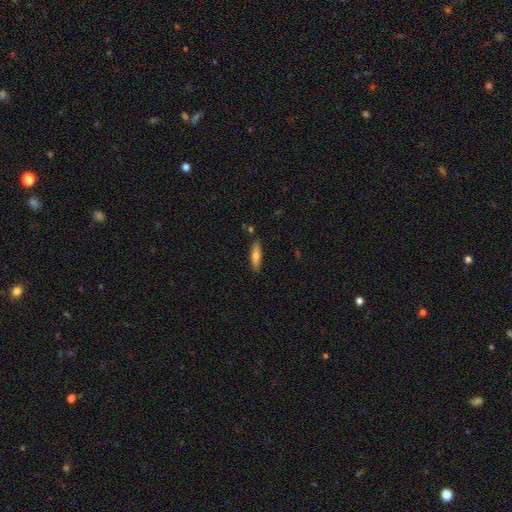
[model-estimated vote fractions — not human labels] A smooth galaxy with no disk features (71%) that is cigar-shaped (57%). Merging: none (84%).